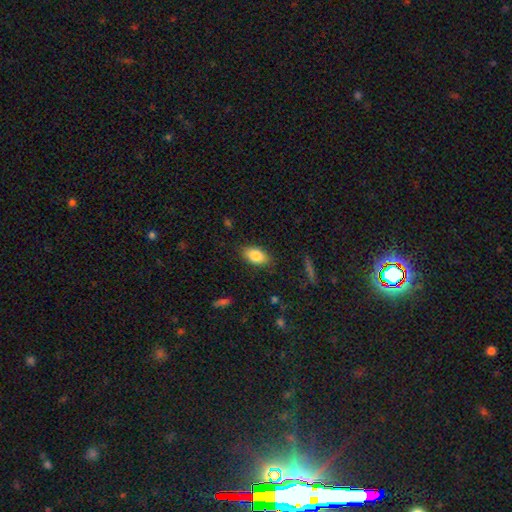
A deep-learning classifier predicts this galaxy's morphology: smooth-or-featured: smooth: 83% | featured or disk: 9% | star or artifact: 7%
  how-rounded: in between: 91% | round: 6% | cigar-shaped: 3%
  merging: none: 85% | minor disturbance: 11% | major disturbance: 3% | merger: 1%